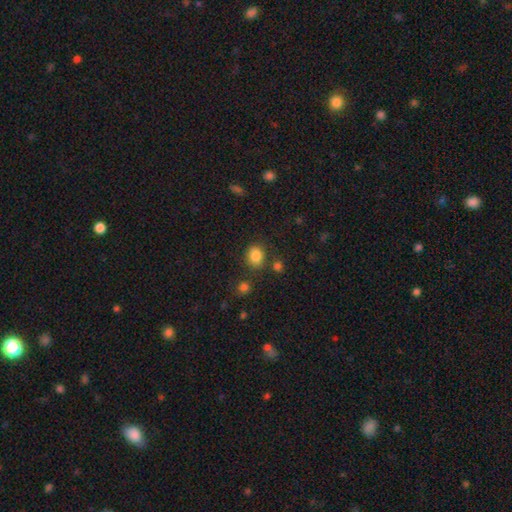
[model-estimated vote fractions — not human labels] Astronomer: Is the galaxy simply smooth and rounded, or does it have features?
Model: smooth — 84%.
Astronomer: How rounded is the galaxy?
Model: round — 61% (runner-up: in between, 38%).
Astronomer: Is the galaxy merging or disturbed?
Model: none — 76%.